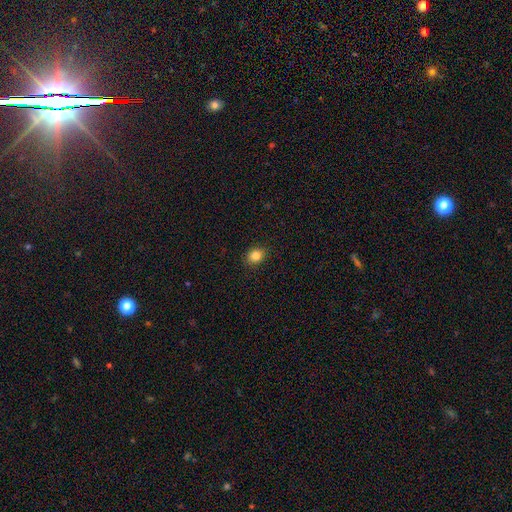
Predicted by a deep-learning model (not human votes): Q: Smooth or featured?
A: smooth (84%); runner-up: star or artifact (11%)
Q: How rounded?
A: round (54%); runner-up: in between (45%)
Q: Merging?
A: none (88%); runner-up: minor disturbance (9%)